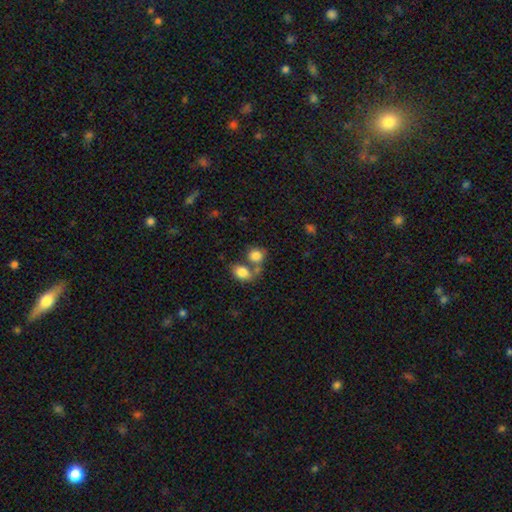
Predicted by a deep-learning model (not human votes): Q: Smooth or featured?
A: smooth (82%); runner-up: star or artifact (9%)
Q: How rounded?
A: round (56%); runner-up: in between (43%)
Q: Merging?
A: merger (48%); runner-up: none (37%)